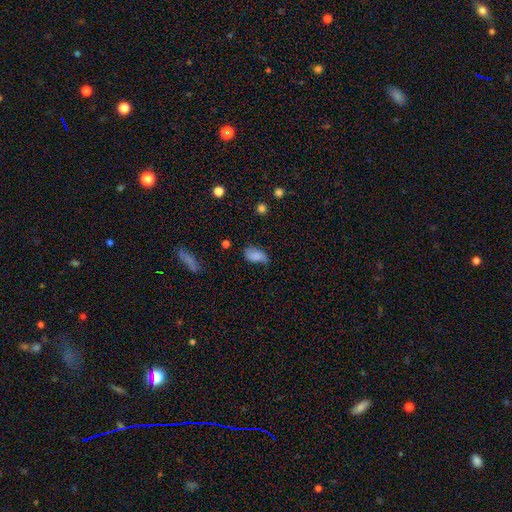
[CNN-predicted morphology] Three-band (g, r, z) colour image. It shows a smooth galaxy with no disk features (77%) that is in between round and cigar-shaped (92%). Merging: none (43%).